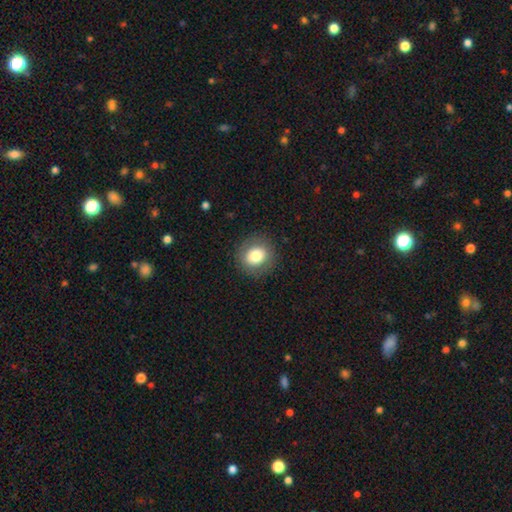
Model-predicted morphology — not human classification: A smooth galaxy with no disk features (76%) that is round (83%). Merging: none (88%).